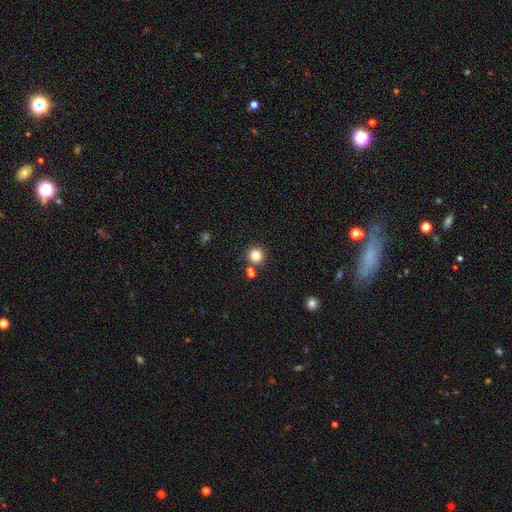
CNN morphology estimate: The model was most divided on "merging": none: 79%, merger: 11%, minor disturbance: 7%, major disturbance: 2%. More confident: how rounded — round (94%); smooth or featured — smooth (83%).